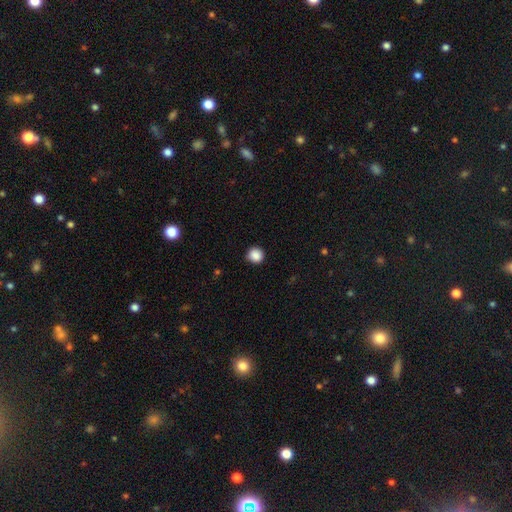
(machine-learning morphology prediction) This is clearly a smooth galaxy (88%). How rounded: clearly round (92%). Merging: clearly none (90%).